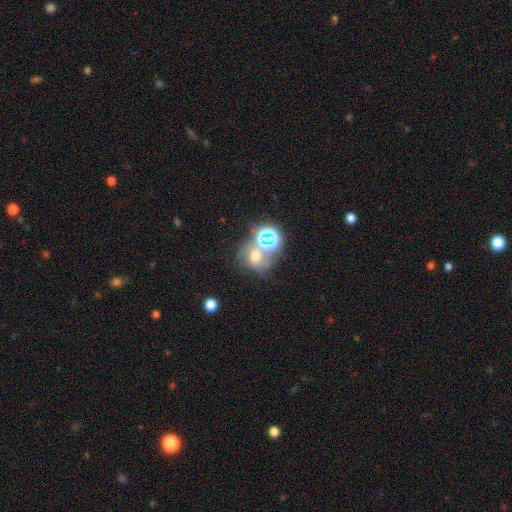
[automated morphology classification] A smooth galaxy with no disk features (40%). Merging: merger (37%).